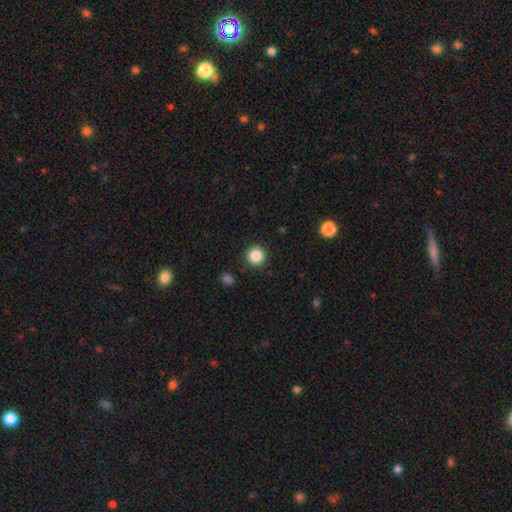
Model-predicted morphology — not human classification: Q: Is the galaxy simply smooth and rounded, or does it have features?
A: smooth — 86%.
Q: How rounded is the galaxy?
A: round — 95%.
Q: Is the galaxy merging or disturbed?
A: none — 91%.